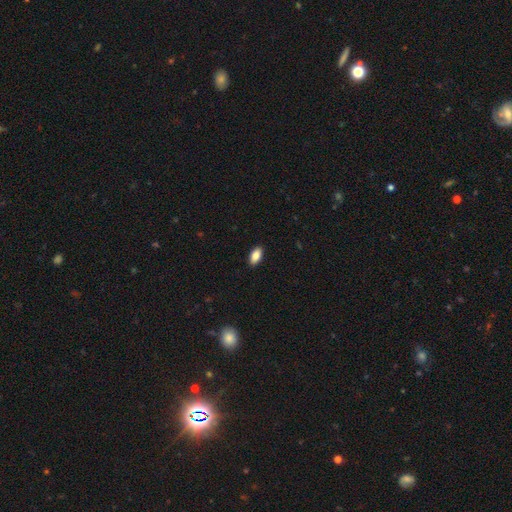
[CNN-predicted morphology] This appears to be a smooth galaxy with no disk features (86%) that is in between round and cigar-shaped (92%). Merging: none (90%).